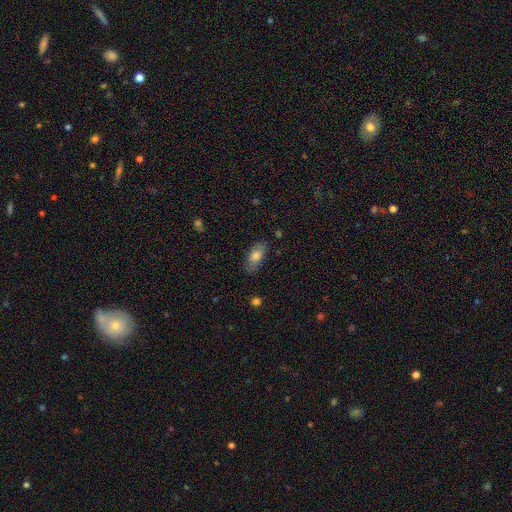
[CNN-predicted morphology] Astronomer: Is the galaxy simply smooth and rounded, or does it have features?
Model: smooth — 77%.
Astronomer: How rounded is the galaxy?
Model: in between — 88%.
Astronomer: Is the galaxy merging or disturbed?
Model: none — 78%.